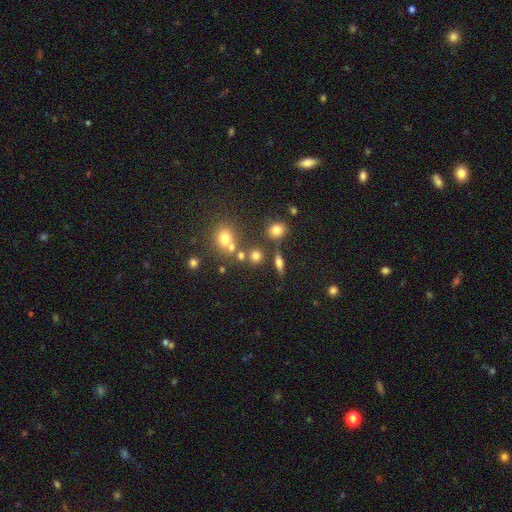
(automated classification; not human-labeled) Smooth or featured? Predicted: smooth (p=0.65). How rounded? Predicted: round (p=0.74). Merging? Predicted: none (p=0.65).